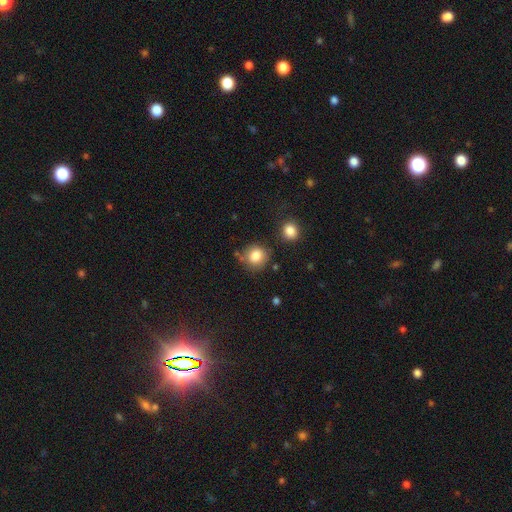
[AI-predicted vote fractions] Smooth or featured: smooth — 83% (star or artifact — 10%)
How rounded: round — 87% (in between — 12%)
Merging: none — 76% (minor disturbance — 12%)